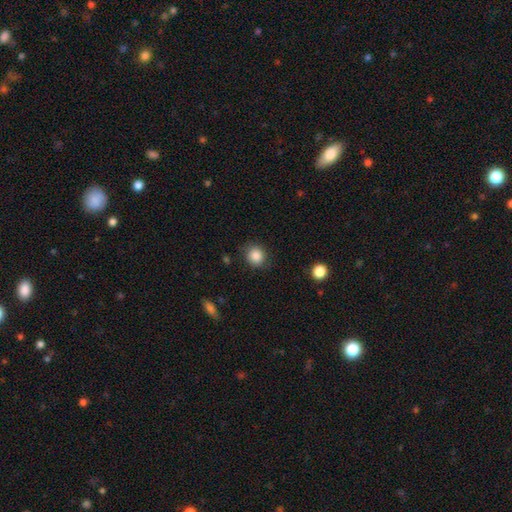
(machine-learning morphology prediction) A smooth galaxy with no disk features (86%) that is round (84%).

Vote fractions:
- Smooth or featured? smooth: 86% / star or artifact: 10% / featured or disk: 4%
- How rounded? round: 84% / in between: 15% / cigar-shaped: 1%
- Merging? none: 83% / minor disturbance: 12% / major disturbance: 3% / merger: 1%